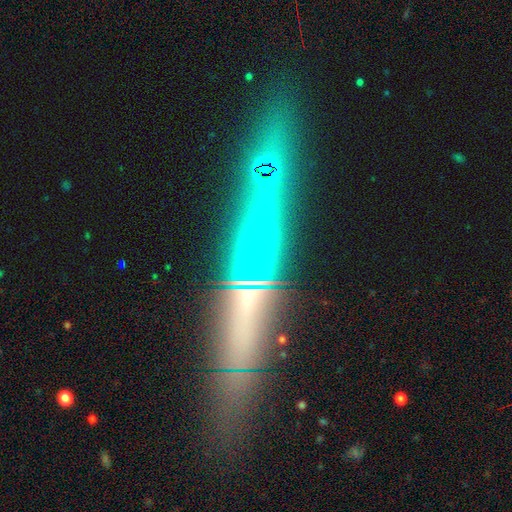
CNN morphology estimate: Smooth or featured?
  - featured or disk: 64% *
  - smooth: 22%
  - star or artifact: 14%
Edge-on disk?
  - yes: 83% *
  - no: 17%
Edge-on bulge?
  - none: 60% *
  - rounded: 31%
  - boxy: 8%
Merging?
  - none: 75% *
  - minor disturbance: 12%
  - merger: 8%
  - major disturbance: 4%